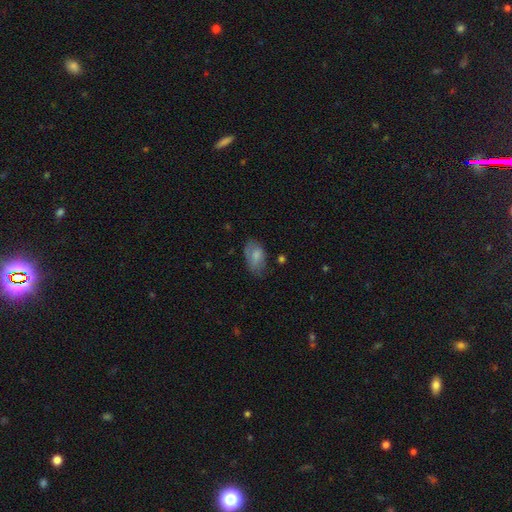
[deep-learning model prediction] Smooth or featured? smooth (72%)
How rounded? in between (92%)
Merging? none (55%)